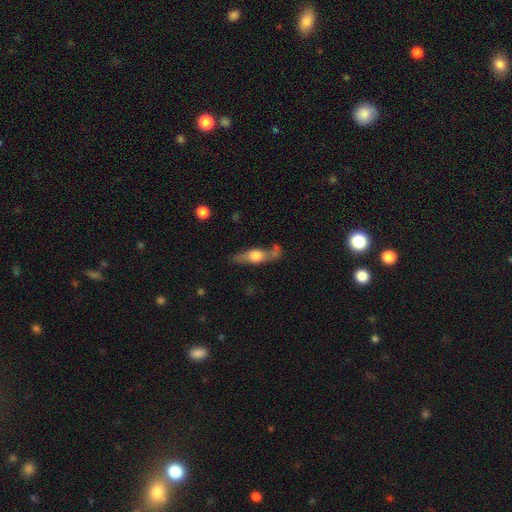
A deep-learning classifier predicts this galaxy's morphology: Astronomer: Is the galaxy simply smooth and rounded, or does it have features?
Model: featured or disk — 54% (runner-up: smooth, 40%).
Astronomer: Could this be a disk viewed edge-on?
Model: yes — 78%.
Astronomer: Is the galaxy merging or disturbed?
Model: none — 59%.